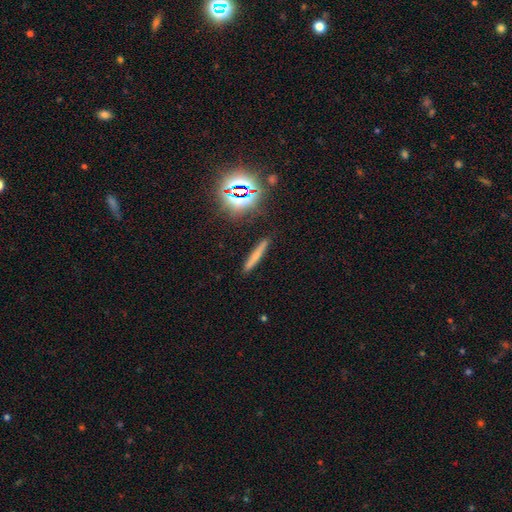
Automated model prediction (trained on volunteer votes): smooth-or-featured: smooth: 60% | featured or disk: 23% | star or artifact: 17%
  how-rounded: cigar-shaped: 92% | in between: 5% | round: 3%
  merging: none: 88% | minor disturbance: 8% | major disturbance: 2% | merger: 2%